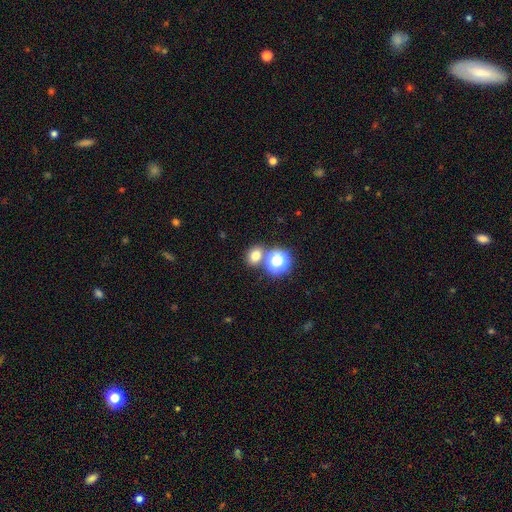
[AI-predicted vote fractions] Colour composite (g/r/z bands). It shows a smooth galaxy with no disk features (72%) that is round (60%). Merging: none (68%).